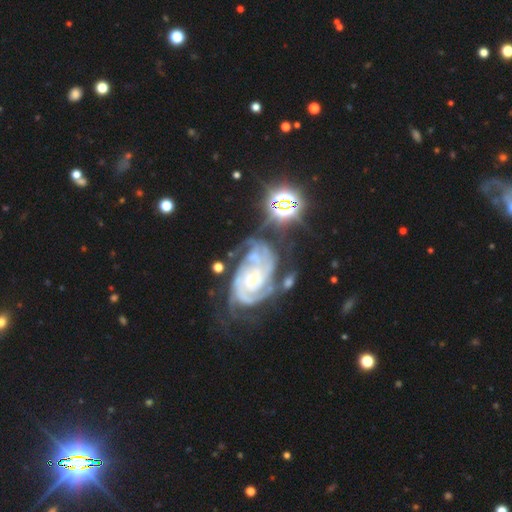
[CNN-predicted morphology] A featured or disk galaxy (85%) with no bar (68%), 2 (31%) tight (63%) spiral arms (96%) and a small central bulge (52%). Merging: none (37%).